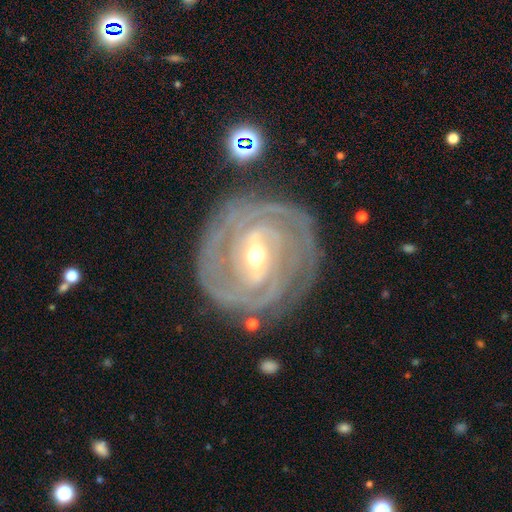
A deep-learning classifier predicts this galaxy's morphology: smooth-or-featured: featured or disk: 91% | star or artifact: 5% | smooth: 4%
  disk-edge-on: no: 96% | yes: 4%
    bar: strong: 47% | weak: 40% | no: 12%
    has-spiral-arms: yes: 97% | no: 3%
      spiral-winding: tight: 82% | medium: 16% | loose: 2%
      spiral-arm-count: 3: 28% | 2: 24% | can't tell: 19% | 4: 17% | more than 4: 6% | 1: 6%
    bulge-size: moderate: 55% | small: 41% | large: 2% | none: 1% | dominant: 1%
  merging: none: 81% | minor disturbance: 13% | major disturbance: 4% | merger: 2%